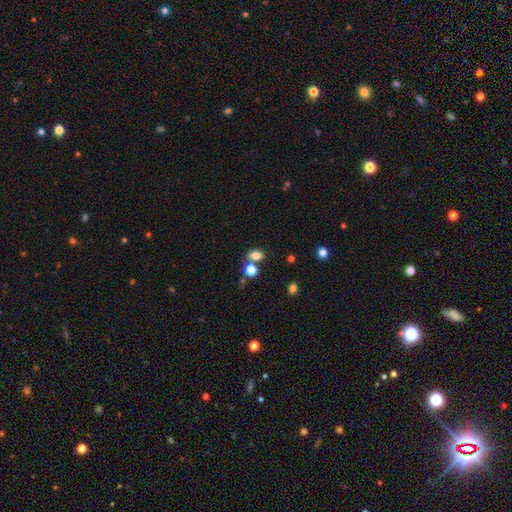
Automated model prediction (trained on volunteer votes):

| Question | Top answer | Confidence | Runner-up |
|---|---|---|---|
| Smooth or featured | smooth | 79% | star or artifact (13%) |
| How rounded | in between | 67% | round (31%) |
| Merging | none | 56% | merger (28%) |